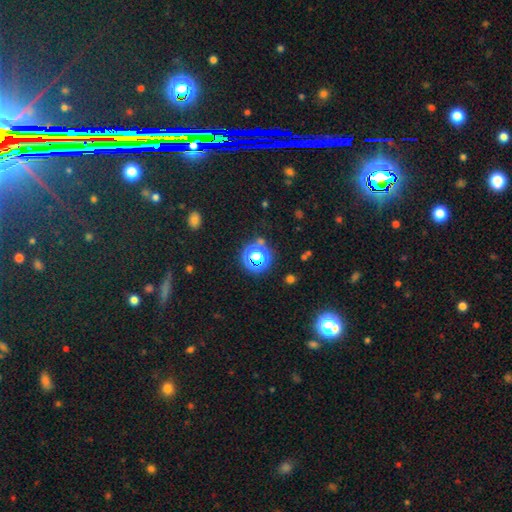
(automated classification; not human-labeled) This is possibly a star or artifact rather than a galaxy (55%).